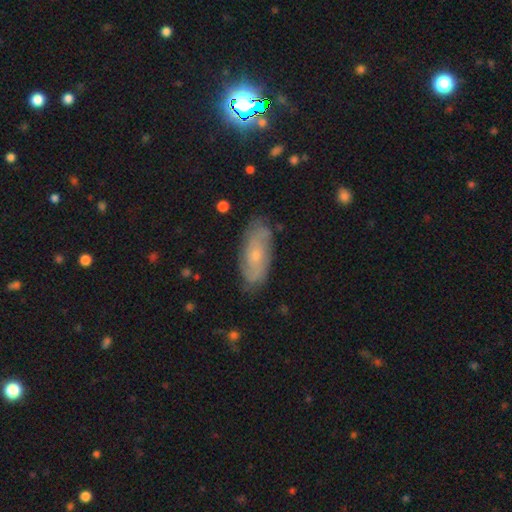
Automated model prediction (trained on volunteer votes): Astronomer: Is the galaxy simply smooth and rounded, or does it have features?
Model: featured or disk — 57% (runner-up: smooth, 35%).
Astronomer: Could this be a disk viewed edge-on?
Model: no — 87%.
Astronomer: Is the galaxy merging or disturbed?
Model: none — 78%.